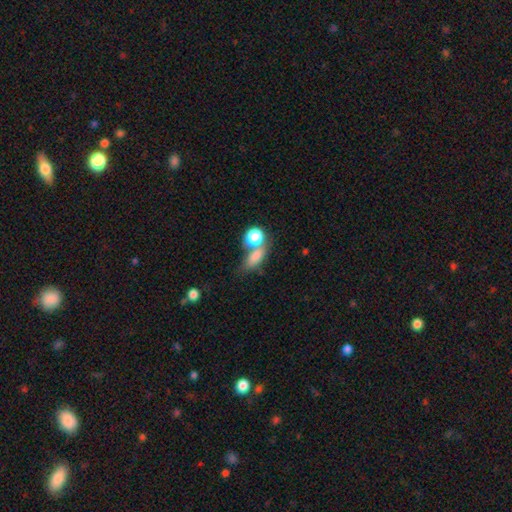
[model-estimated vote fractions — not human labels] This is likely a smooth galaxy (78%). How rounded: likely in between (65%). Merging: marginally merger (40%).